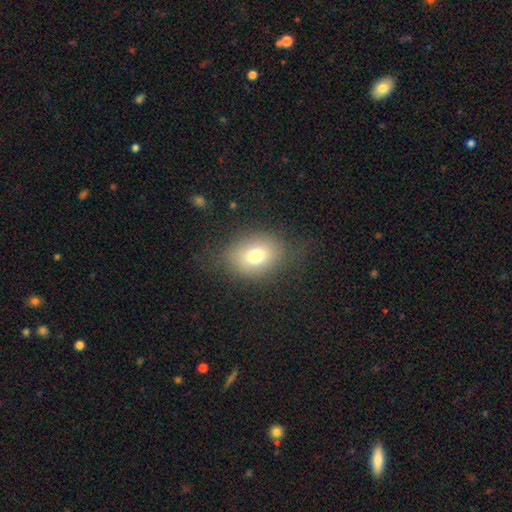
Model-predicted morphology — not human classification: The model was most divided on "how rounded": in between: 61%, round: 38%, cigar-shaped: 1%. More confident: smooth or featured — smooth (74%); merging — none (74%).